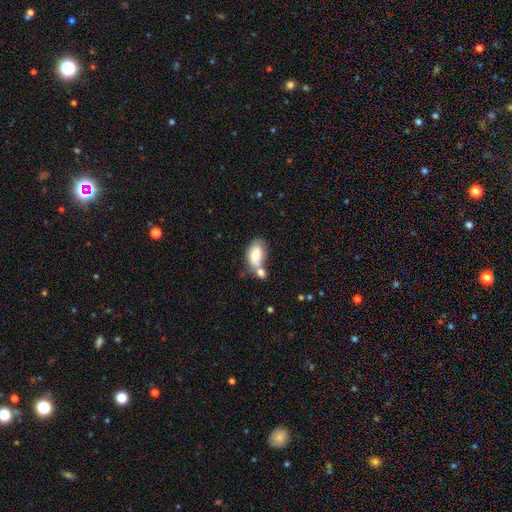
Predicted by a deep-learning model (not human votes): Q: Smooth or featured?
A: smooth (74%); runner-up: featured or disk (19%)
Q: How rounded?
A: in between (91%); runner-up: round (6%)
Q: Merging?
A: merger (47%); runner-up: none (31%)